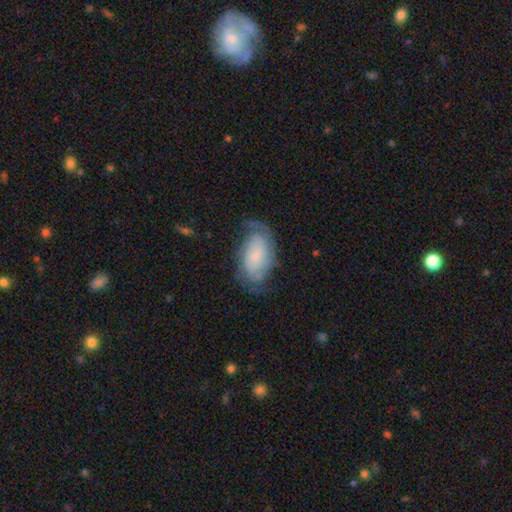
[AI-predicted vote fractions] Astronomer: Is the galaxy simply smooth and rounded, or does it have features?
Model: featured or disk — 61%.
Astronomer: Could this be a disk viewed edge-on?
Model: no — 96%.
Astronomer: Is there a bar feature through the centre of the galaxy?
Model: no — 69%.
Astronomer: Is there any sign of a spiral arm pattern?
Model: yes — 89%.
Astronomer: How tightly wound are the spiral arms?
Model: tight — 40% (runner-up: medium, 38%).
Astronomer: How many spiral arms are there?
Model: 2 — 56%.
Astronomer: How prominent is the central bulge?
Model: small — 60%.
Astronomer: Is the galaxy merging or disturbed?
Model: none — 60%.